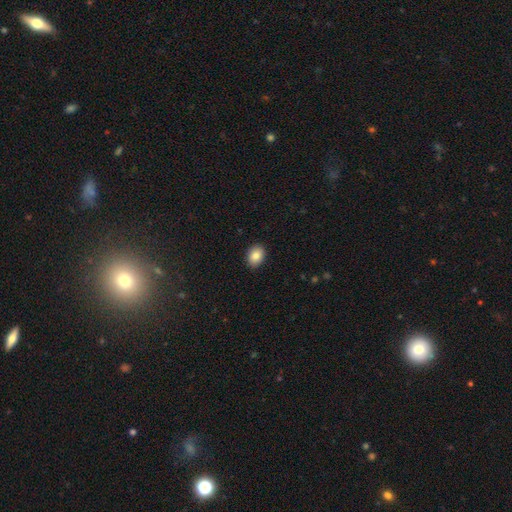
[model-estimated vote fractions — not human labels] Smooth or featured? smooth (87%)
How rounded? in between (69%)
Merging? none (90%)